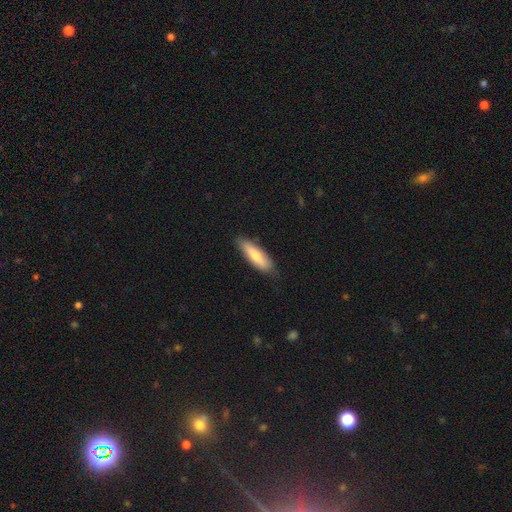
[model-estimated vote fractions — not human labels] This is likely a smooth galaxy (73%). How rounded: possibly cigar-shaped (56%). Merging: likely none (78%).